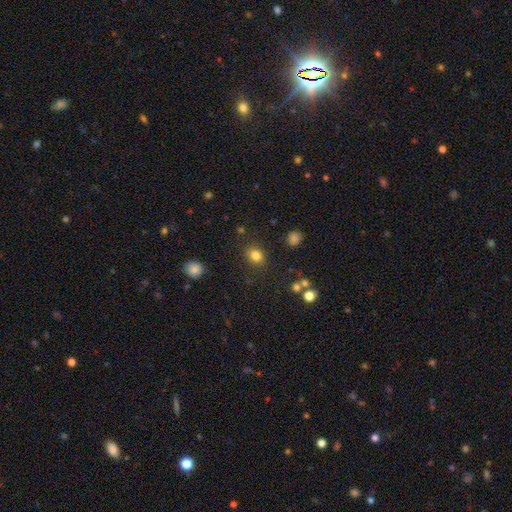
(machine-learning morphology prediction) This is clearly a smooth galaxy (82%). How rounded: possibly in between (52%). Merging: clearly none (83%).